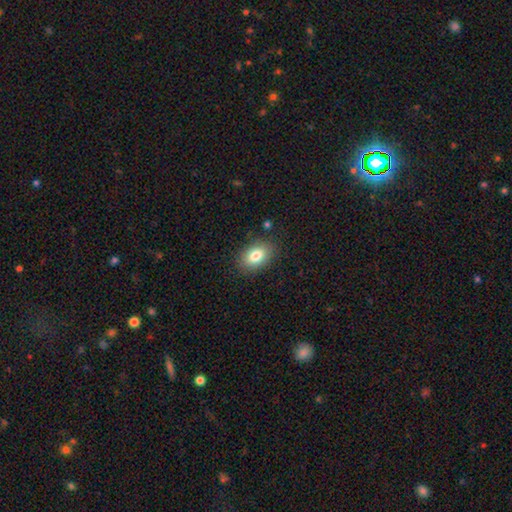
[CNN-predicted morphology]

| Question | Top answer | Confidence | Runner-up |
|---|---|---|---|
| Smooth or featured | smooth | 81% | featured or disk (10%) |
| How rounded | in between | 87% | round (12%) |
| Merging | none | 85% | minor disturbance (11%) |